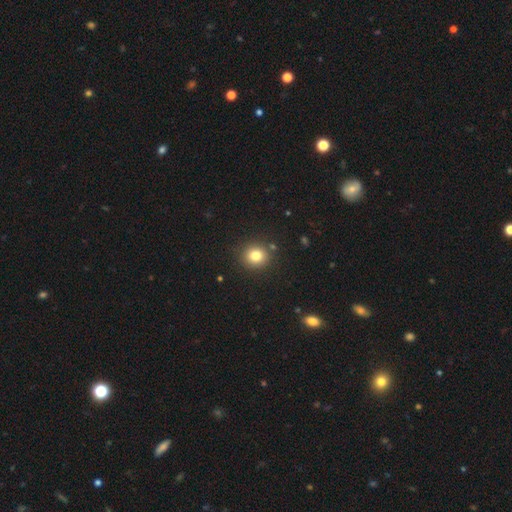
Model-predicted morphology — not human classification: This appears to be a smooth galaxy with no disk features (80%) that is round (84%). Merging: none (88%).